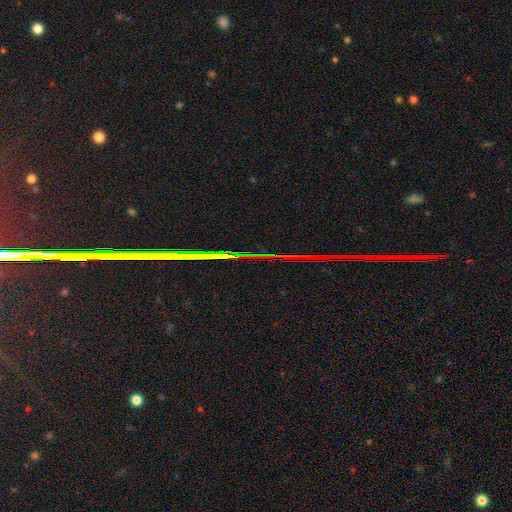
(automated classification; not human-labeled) This appears to be a star or artifact, not a galaxy (86%).